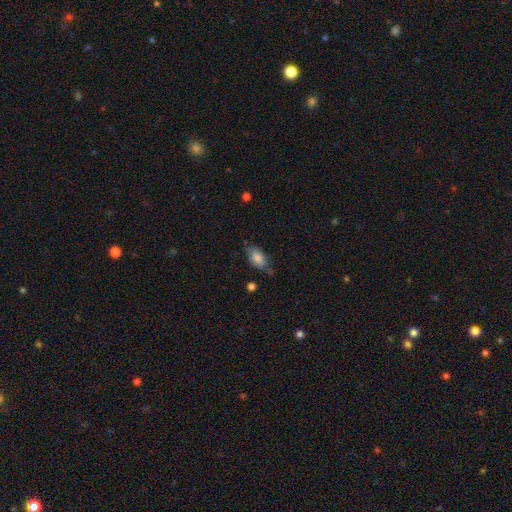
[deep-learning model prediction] Smooth or featured? Predicted: smooth (p=0.76). How rounded? Predicted: in between (p=0.87). Merging? Predicted: none (p=0.65).